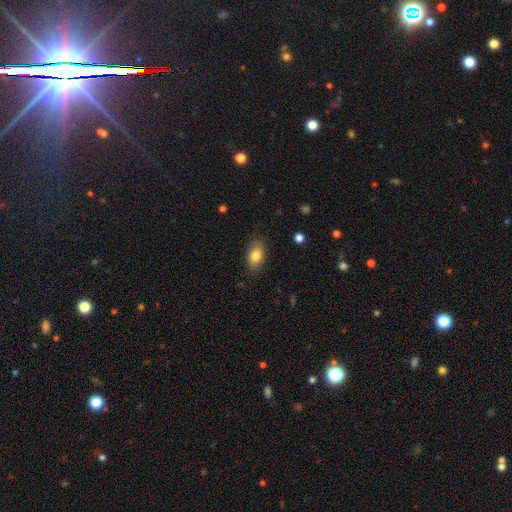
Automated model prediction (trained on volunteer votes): smooth 81%, featured or disk 11%, star or artifact 8%. Down the decision tree: how rounded — in between (88%); merging — none (84%).